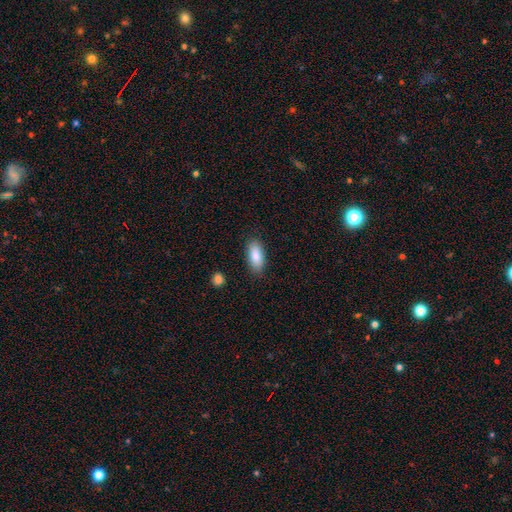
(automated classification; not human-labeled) smooth_or_featured: smooth (p=0.87) [alt: featured or disk p=0.07]
how_rounded: in between (p=0.86) [alt: cigar-shaped p=0.12]
merging: none (p=0.85) [alt: minor disturbance p=0.10]